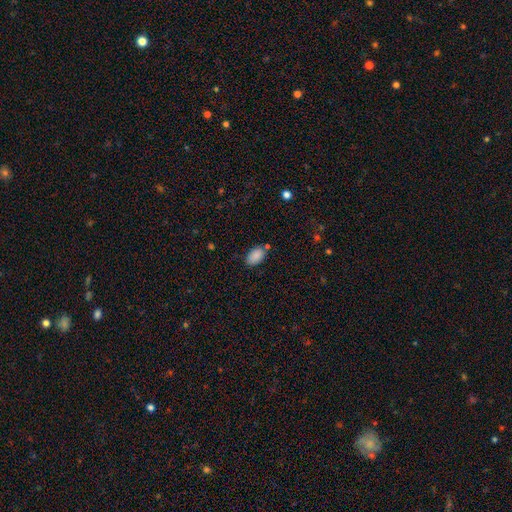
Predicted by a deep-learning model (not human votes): Morphology: type=smooth (88%); roundness=in between (93%); merging=none (75%).